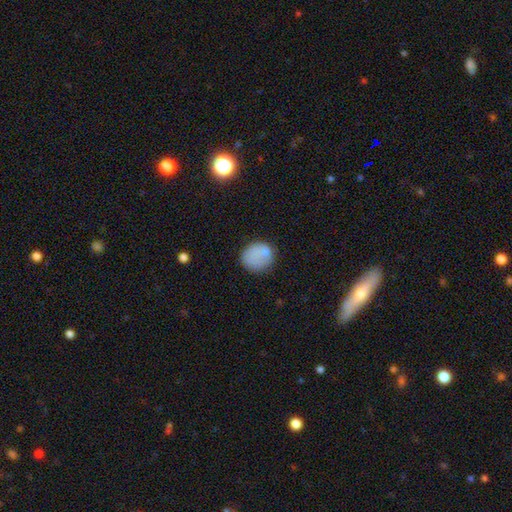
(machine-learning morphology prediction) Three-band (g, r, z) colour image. It shows a smooth galaxy with no disk features (78%) that is round (74%). Merging: none (62%).